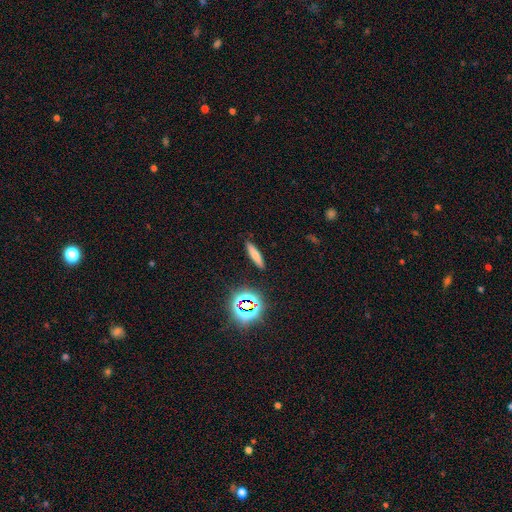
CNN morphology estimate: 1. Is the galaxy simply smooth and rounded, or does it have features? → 65% smooth, 18% featured or disk, 17% star or artifact.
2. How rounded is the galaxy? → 80% cigar-shaped, 16% in between, 4% round.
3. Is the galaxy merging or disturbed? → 89% none, 7% minor disturbance, 2% major disturbance, 2% merger.